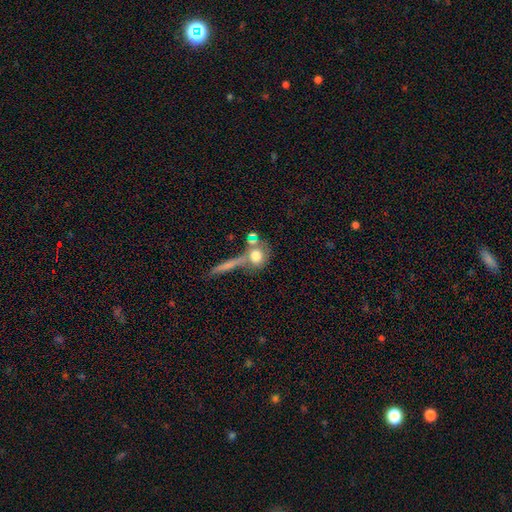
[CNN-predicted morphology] This appears to be a smooth galaxy with no disk features (69%) that is round (69%). Merging: none (47%).